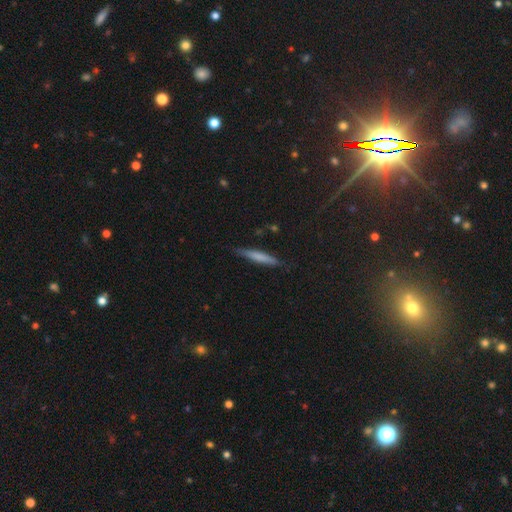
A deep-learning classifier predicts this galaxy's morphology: This is possibly a smooth galaxy (59%). How rounded: clearly cigar-shaped (93%). Merging: clearly none (84%).